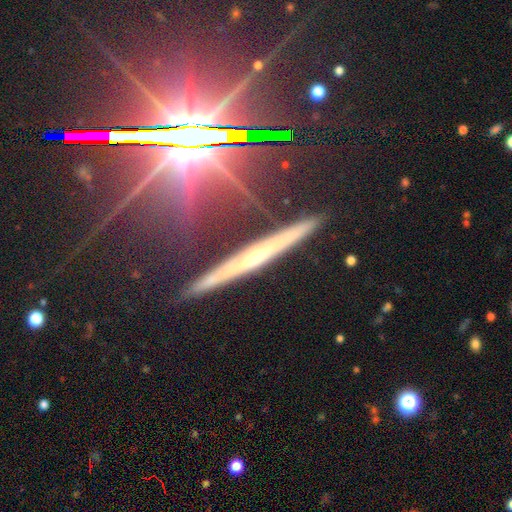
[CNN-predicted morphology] Q: Smooth or featured?
A: featured or disk (63%); runner-up: smooth (18%)
Q: Edge-on disk?
A: yes (95%); runner-up: no (5%)
Q: Edge-on bulge?
A: rounded (67%); runner-up: none (27%)
Q: Merging?
A: none (84%); runner-up: minor disturbance (11%)